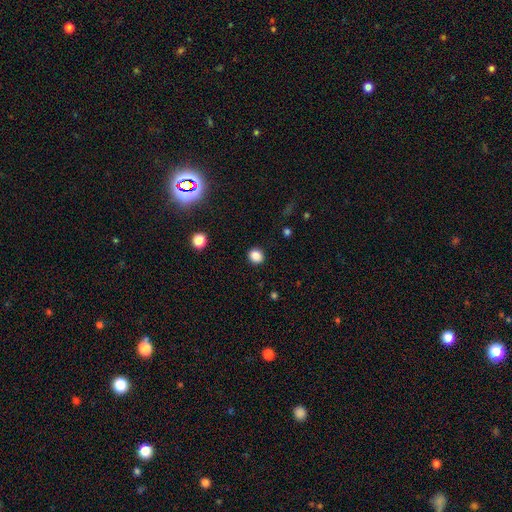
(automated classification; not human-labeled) smooth-or-featured: smooth: 87% | star or artifact: 10% | featured or disk: 3%
  how-rounded: round: 74% | in between: 26% | cigar-shaped: 1%
  merging: none: 90% | minor disturbance: 7% | major disturbance: 2% | merger: 1%